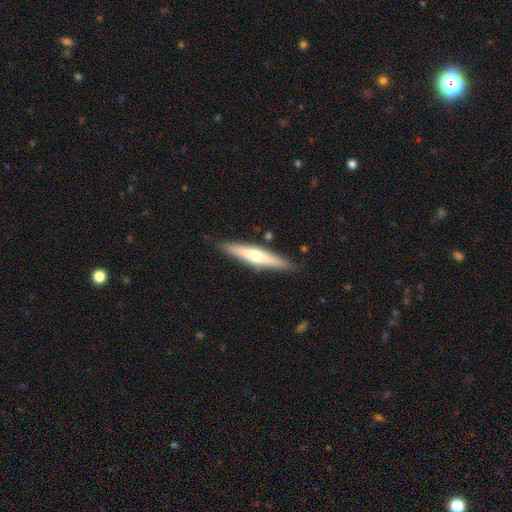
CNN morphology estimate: smooth_or_featured: featured or disk (p=0.50) [alt: smooth p=0.45]
merging: none (p=0.87) [alt: minor disturbance p=0.09]